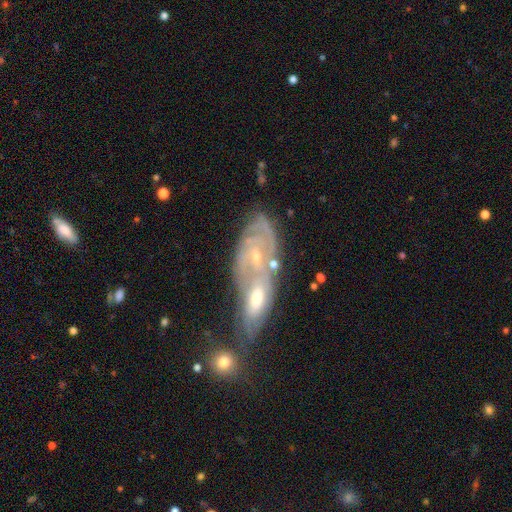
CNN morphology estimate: featured or disk 79%, smooth 14%, star or artifact 7%. Down the decision tree: edge-on disk — no (92%); bar — no (59%); spiral arms — yes (90%); spiral arm count — can't tell (45%); spiral winding — tight (64%); bulge size — small (73%); merging — merger (41%).